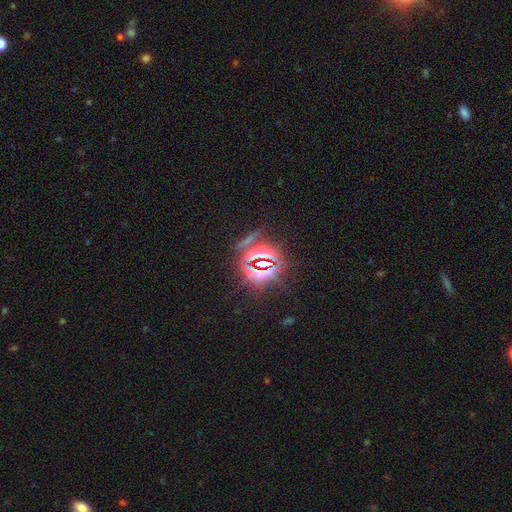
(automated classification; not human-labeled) star or artifact 83%, smooth 10%, featured or disk 8%.